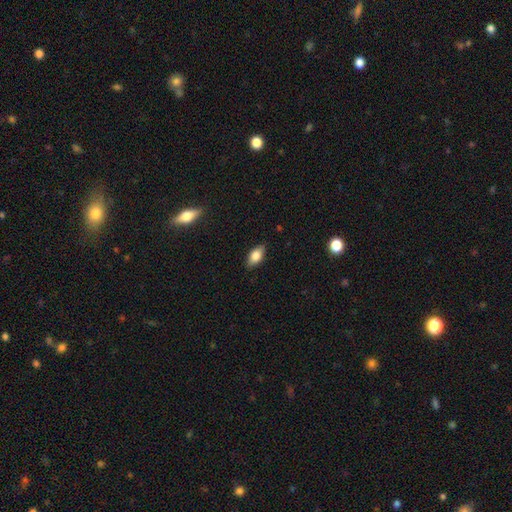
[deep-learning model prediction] A smooth galaxy with no disk features (77%) that is in between round and cigar-shaped (89%). Merging: none (85%).